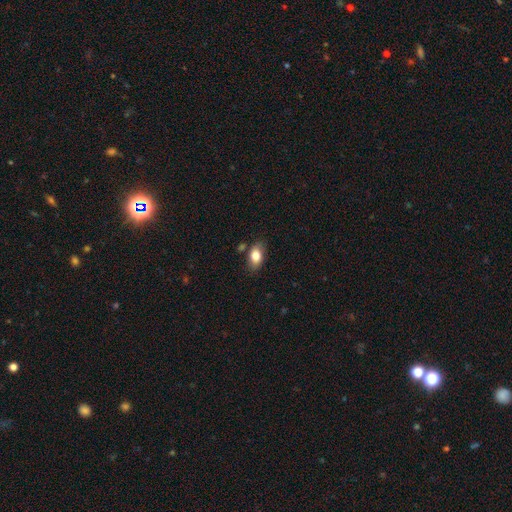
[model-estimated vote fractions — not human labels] This appears to be a smooth galaxy with no disk features (80%) that is in between round and cigar-shaped (88%). Merging: none (78%).